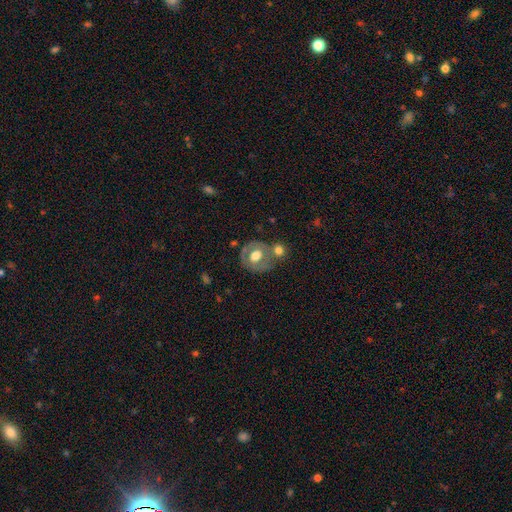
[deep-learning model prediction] Smooth or featured?
  - smooth: 47% *
  - featured or disk: 45%
  - star or artifact: 7%
Merging?
  - none: 51% *
  - merger: 26%
  - minor disturbance: 16%
  - major disturbance: 7%